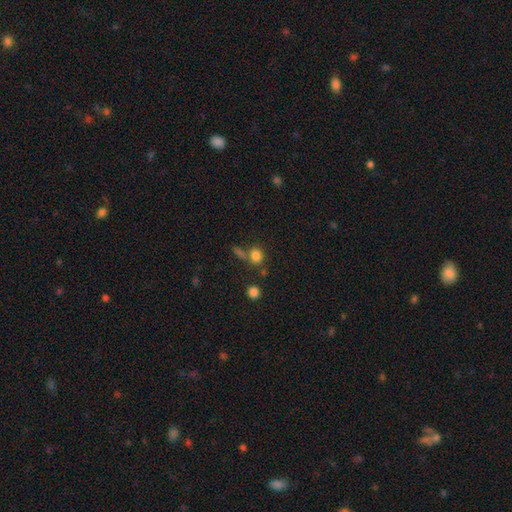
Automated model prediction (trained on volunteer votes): Q: Smooth or featured?
A: smooth (80%); runner-up: star or artifact (13%)
Q: How rounded?
A: round (64%); runner-up: in between (34%)
Q: Merging?
A: none (61%); runner-up: merger (21%)